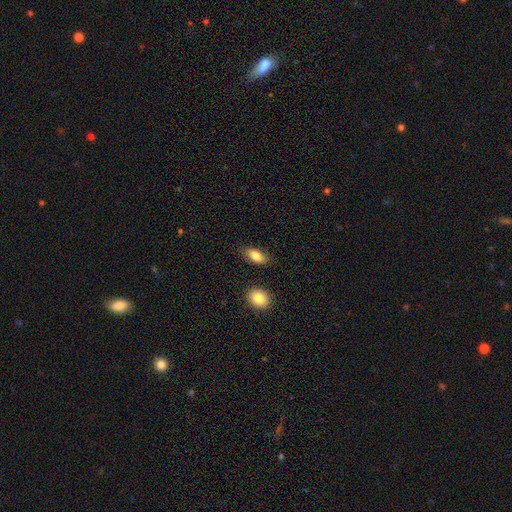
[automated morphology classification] A smooth galaxy with no disk features (83%) that is in between round and cigar-shaped (87%). Merging: none (81%).